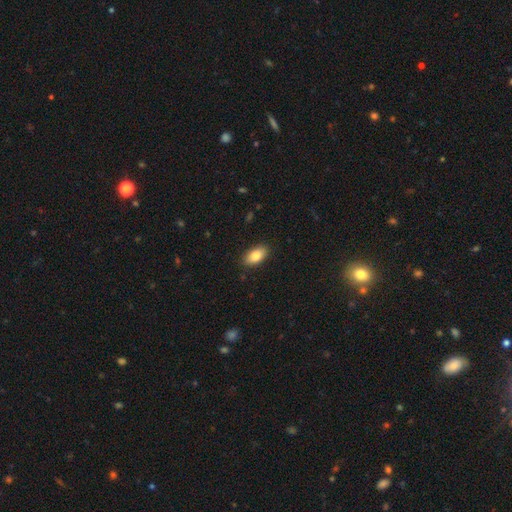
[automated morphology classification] The model was most divided on "smooth or featured": smooth: 85%, featured or disk: 8%, star or artifact: 7%. More confident: how rounded — in between (93%); merging — none (88%).